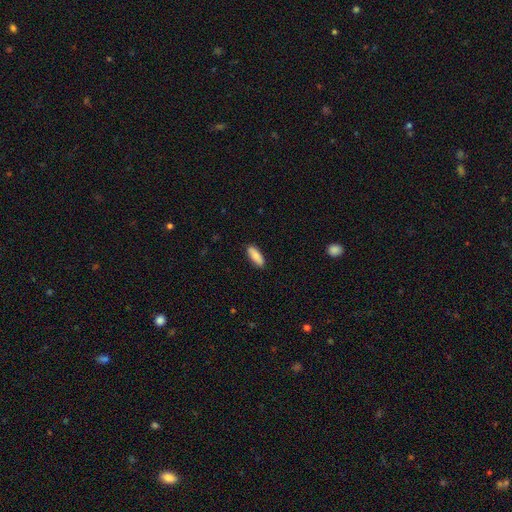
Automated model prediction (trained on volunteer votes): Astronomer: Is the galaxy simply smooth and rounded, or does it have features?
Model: smooth — 82%.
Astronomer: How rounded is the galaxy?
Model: in between — 68%.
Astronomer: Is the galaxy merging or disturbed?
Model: none — 88%.